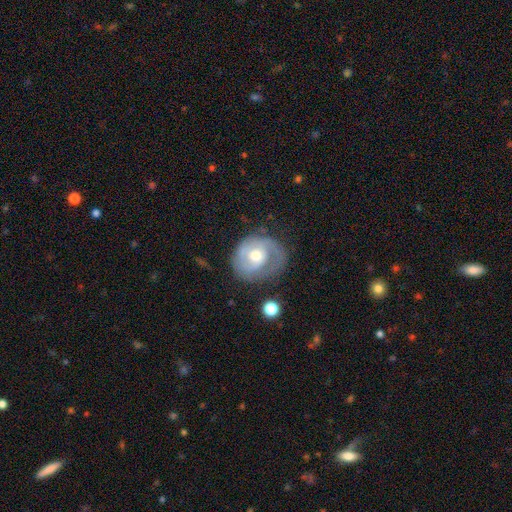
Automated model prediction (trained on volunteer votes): Morphology: type=featured or disk (68%); edge-on=no (97%); bar=no (64%); spiral arms=yes (80%); winding=tight (55%); arm count=2 (39%); bulge=moderate (69%); merging=none (58%).